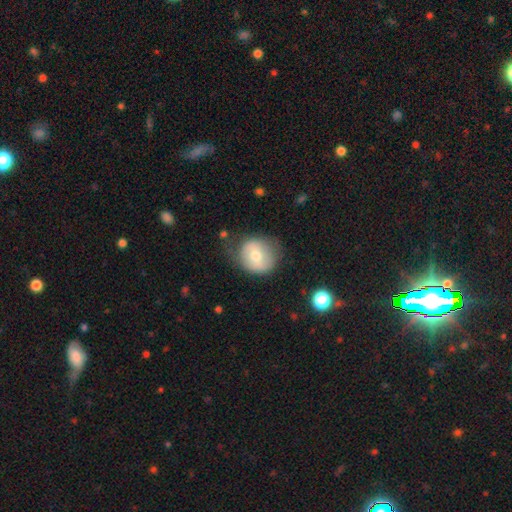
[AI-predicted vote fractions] Overall: smooth (58%; featured or disk 35%). How rounded: round (74%). Merging: none (62%; minor disturbance 26%).